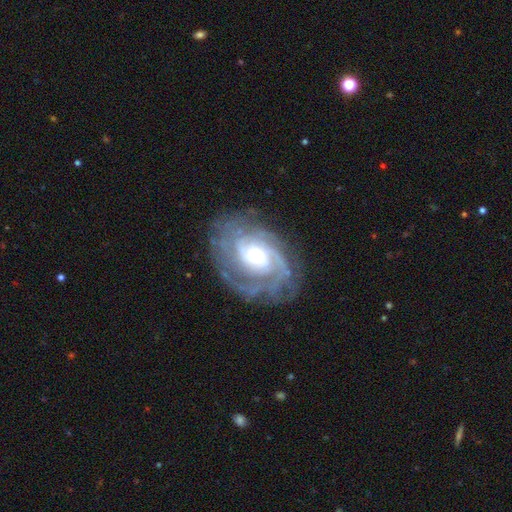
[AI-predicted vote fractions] Q: Smooth or featured?
A: featured or disk (89%); runner-up: smooth (6%)
Q: Edge-on disk?
A: no (97%); runner-up: yes (3%)
Q: Bar?
A: no (59%); runner-up: weak (32%)
Q: Spiral arms?
A: yes (97%); runner-up: no (3%)
Q: Spiral winding?
A: tight (65%); runner-up: medium (29%)
Q: Spiral arm count?
A: can't tell (29%); runner-up: 3 (22%)
Q: Bulge size?
A: moderate (46%); runner-up: small (38%)
Q: Merging?
A: none (73%); runner-up: minor disturbance (17%)